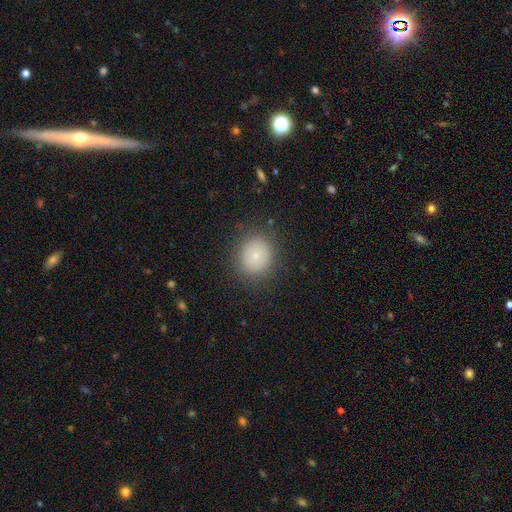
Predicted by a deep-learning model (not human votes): Smooth or featured? Predicted: smooth (p=0.77). How rounded? Predicted: round (p=0.81). Merging? Predicted: none (p=0.85).